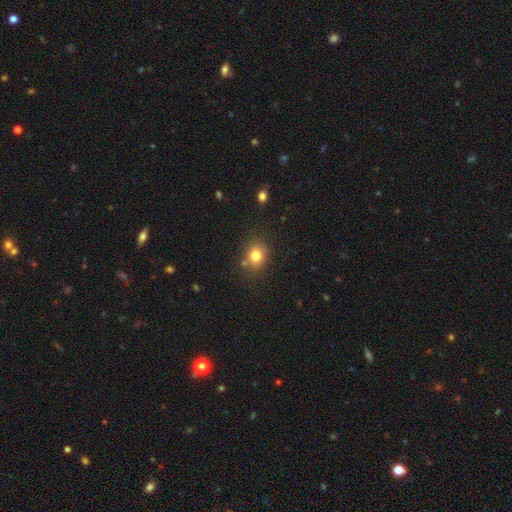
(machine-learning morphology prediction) type=smooth (79%); roundness=round (67%); merging=none (76%).